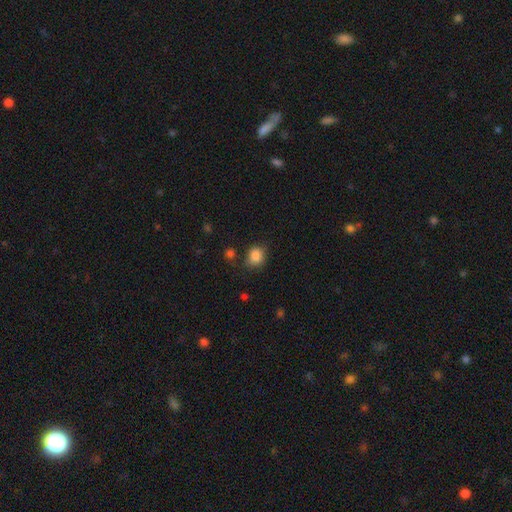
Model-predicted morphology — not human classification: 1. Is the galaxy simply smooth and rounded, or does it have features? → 85% smooth, 10% star or artifact, 5% featured or disk.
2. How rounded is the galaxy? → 69% round, 30% in between, 1% cigar-shaped.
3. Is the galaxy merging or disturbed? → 75% none, 16% minor disturbance, 5% merger, 5% major disturbance.